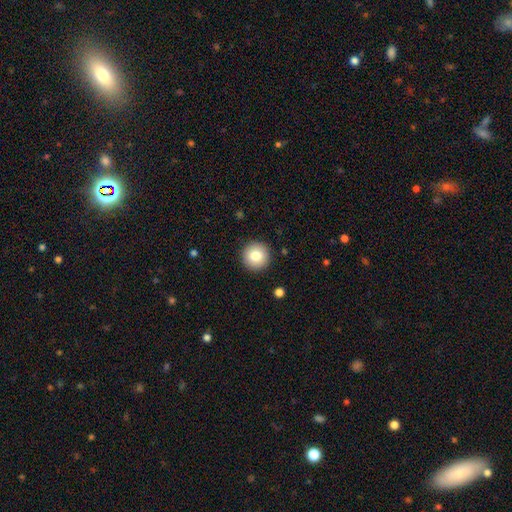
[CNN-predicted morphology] Smooth or featured? smooth (82%)
How rounded? round (96%)
Merging? none (92%)